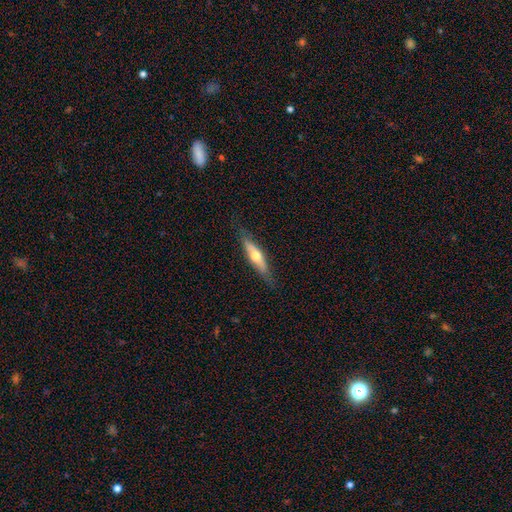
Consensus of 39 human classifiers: Overall: featured or disk (69%). Edge-on disk: yes (100%). Edge-on bulge: rounded (85%). Merging: none (71%).